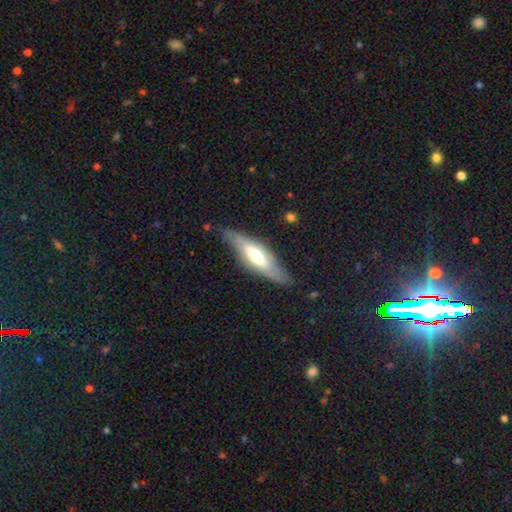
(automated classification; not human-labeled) smooth_or_featured: featured or disk (p=0.51) [alt: smooth p=0.43]
disk_edge_on: yes (p=0.66) [alt: no p=0.34]
merging: none (p=0.77) [alt: minor disturbance p=0.17]